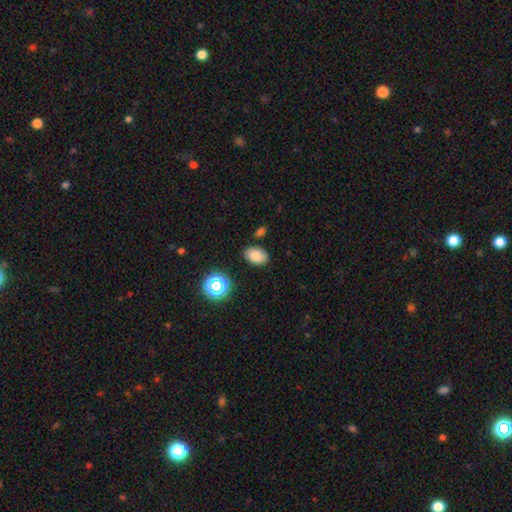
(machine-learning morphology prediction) A smooth galaxy with no disk features (79%) that is in between round and cigar-shaped (86%). Merging: none (81%).